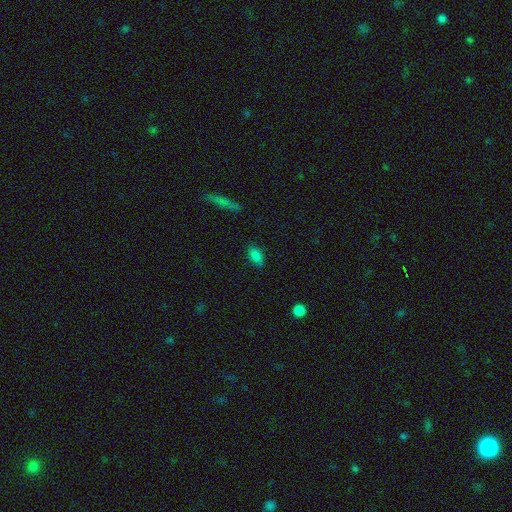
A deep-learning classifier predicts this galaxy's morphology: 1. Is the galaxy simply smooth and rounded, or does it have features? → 83% smooth, 11% star or artifact, 5% featured or disk.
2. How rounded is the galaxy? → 90% in between, 5% round, 4% cigar-shaped.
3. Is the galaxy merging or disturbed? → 84% none, 12% minor disturbance, 3% major disturbance, 1% merger.